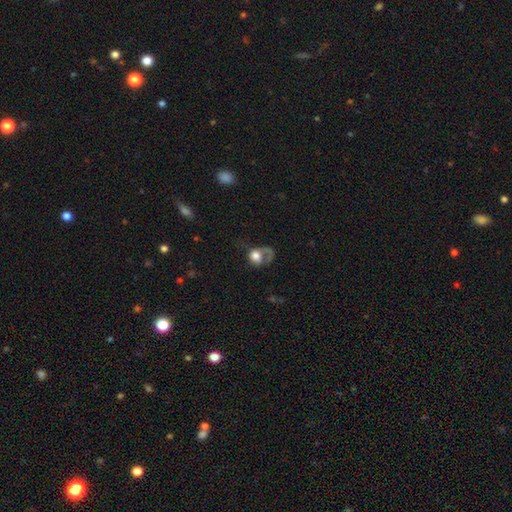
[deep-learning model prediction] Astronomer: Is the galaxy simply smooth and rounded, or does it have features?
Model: smooth — 57% (runner-up: featured or disk, 34%).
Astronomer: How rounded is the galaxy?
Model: round — 56% (runner-up: in between, 43%).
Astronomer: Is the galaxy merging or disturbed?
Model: major disturbance — 58%.